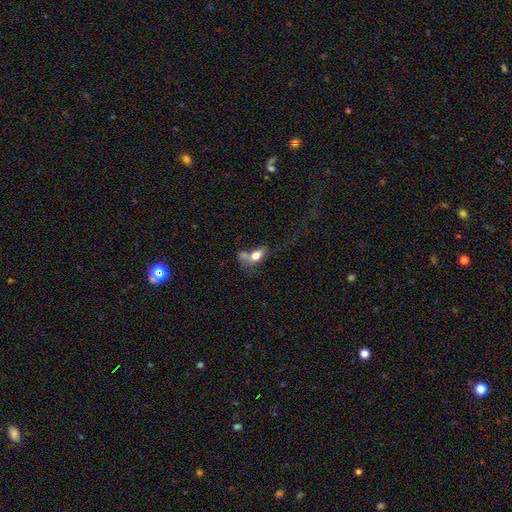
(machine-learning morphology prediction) type=smooth (72%); roundness=in between (83%); merging=merger (44%).